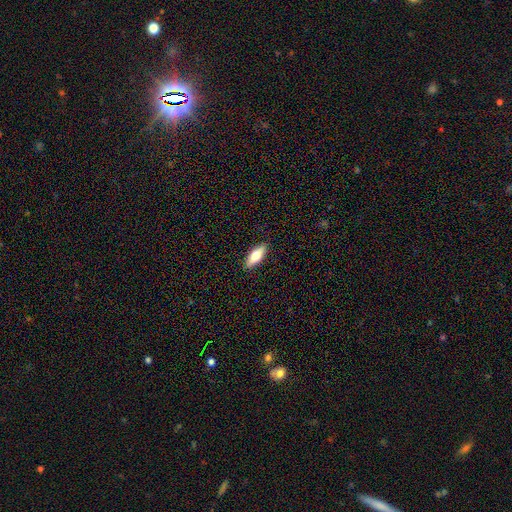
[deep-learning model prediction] Smooth or featured? Predicted: smooth (p=0.71). How rounded? Predicted: in between (p=0.70). Merging? Predicted: none (p=0.89).